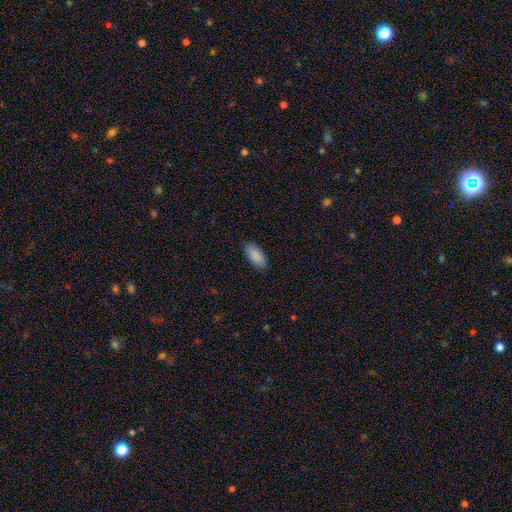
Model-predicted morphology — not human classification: Smooth or featured? smooth (90%)
How rounded? in between (90%)
Merging? none (89%)